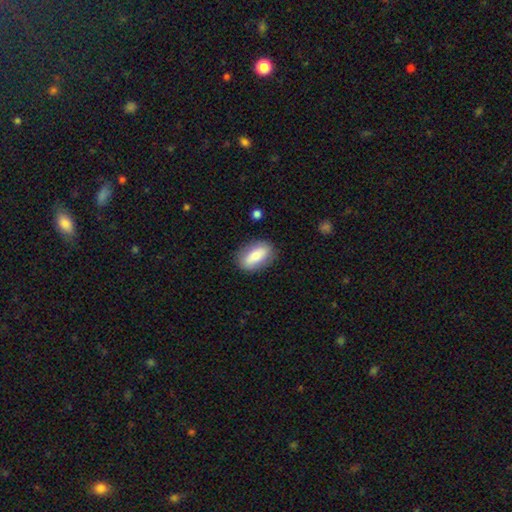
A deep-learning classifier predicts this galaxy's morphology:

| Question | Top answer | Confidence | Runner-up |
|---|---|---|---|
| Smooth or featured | smooth | 69% | featured or disk (24%) |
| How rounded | in between | 85% | cigar-shaped (9%) |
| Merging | none | 84% | minor disturbance (11%) |